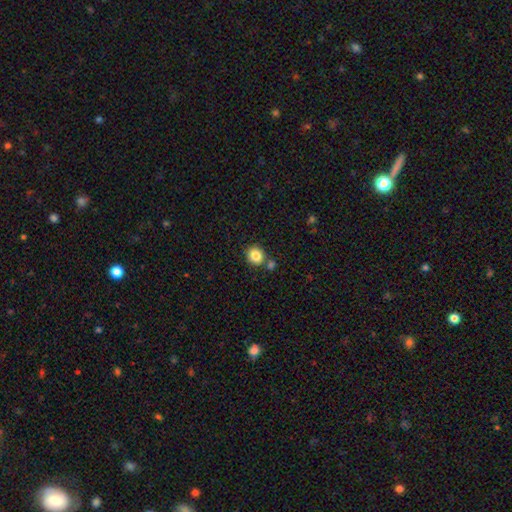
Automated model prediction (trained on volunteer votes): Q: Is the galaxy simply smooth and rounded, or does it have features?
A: smooth — 85%.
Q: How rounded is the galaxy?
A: round — 79%.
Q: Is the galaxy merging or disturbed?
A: none — 75%.